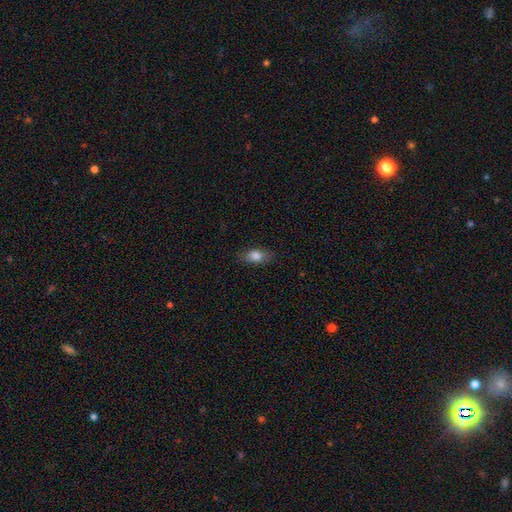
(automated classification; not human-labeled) smooth-or-featured: smooth: 82% | featured or disk: 10% | star or artifact: 8%
  how-rounded: in between: 84% | round: 8% | cigar-shaped: 8%
  merging: none: 84% | minor disturbance: 13% | major disturbance: 3% | merger: 1%